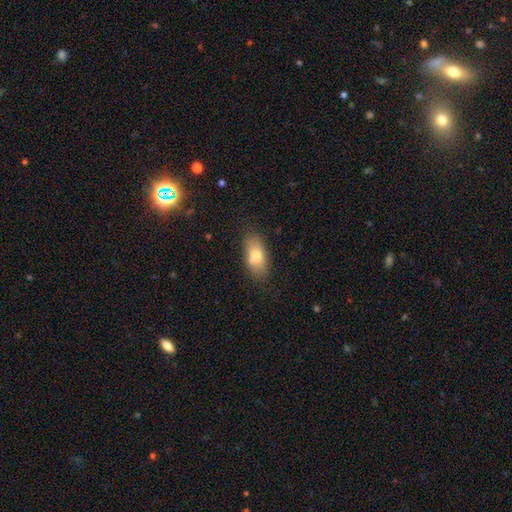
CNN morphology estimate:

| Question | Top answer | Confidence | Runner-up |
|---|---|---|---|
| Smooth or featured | smooth | 74% | featured or disk (18%) |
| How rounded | in between | 86% | cigar-shaped (10%) |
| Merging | none | 78% | minor disturbance (16%) |